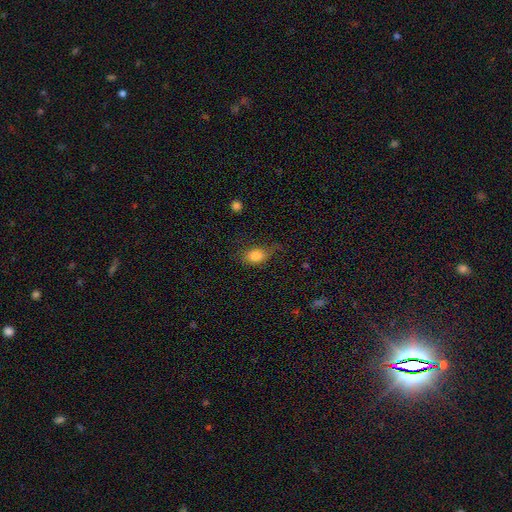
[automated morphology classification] type=smooth (82%); roundness=in between (71%); merging=none (62%).